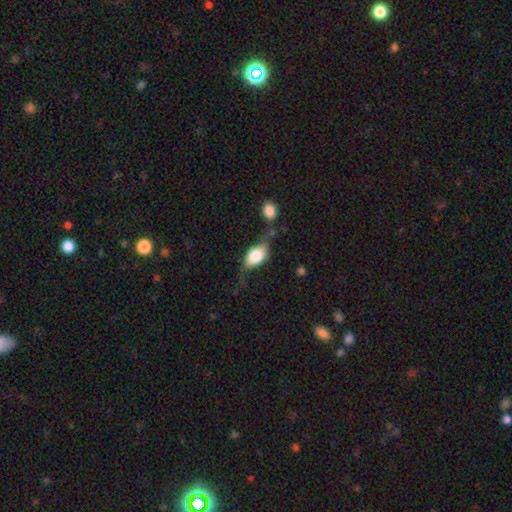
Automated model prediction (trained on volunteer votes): The model was most divided on "merging": none: 40%, minor disturbance: 28%, major disturbance: 19%, merger: 14%. More confident: how rounded — in between (87%); smooth or featured — smooth (64%).